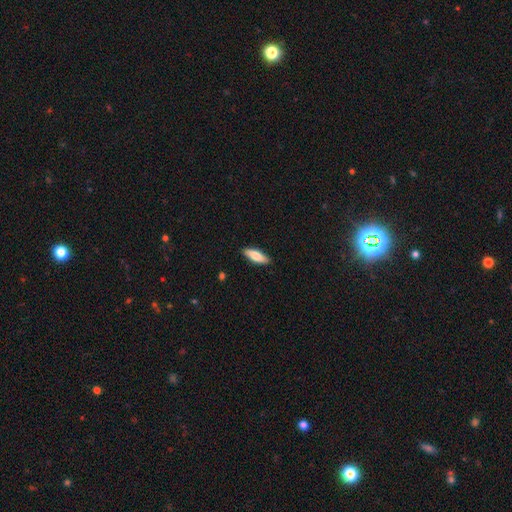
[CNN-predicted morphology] Q: Smooth or featured?
A: smooth (73%); runner-up: featured or disk (21%)
Q: How rounded?
A: in between (55%); runner-up: cigar-shaped (43%)
Q: Merging?
A: none (89%); runner-up: minor disturbance (9%)